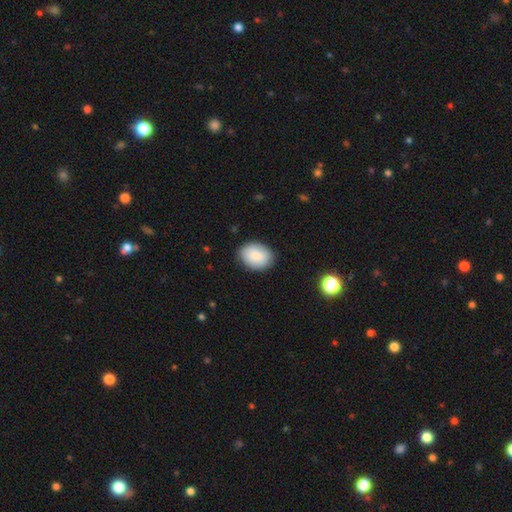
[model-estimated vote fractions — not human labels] Overall: smooth (86%). How rounded: in between (68%; round 31%). Merging: none (85%).